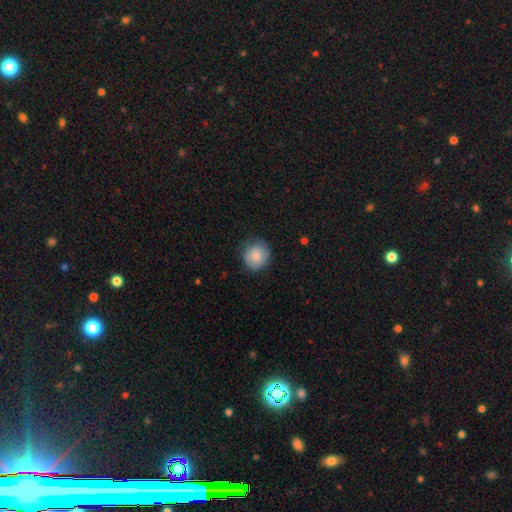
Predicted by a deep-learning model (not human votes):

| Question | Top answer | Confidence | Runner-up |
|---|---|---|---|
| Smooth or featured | smooth | 84% | featured or disk (9%) |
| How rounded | round | 85% | in between (14%) |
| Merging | none | 74% | minor disturbance (20%) |